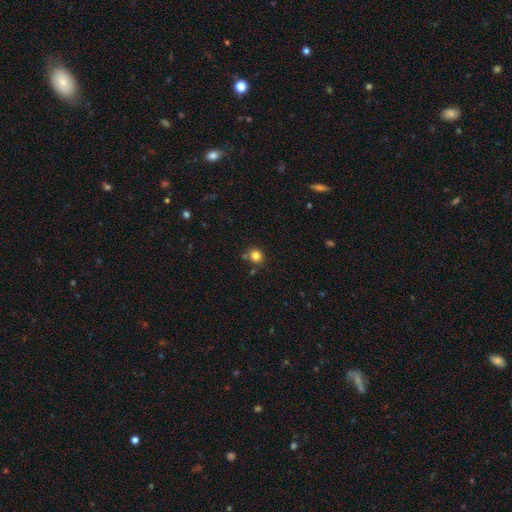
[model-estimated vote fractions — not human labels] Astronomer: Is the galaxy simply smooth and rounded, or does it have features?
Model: smooth — 82%.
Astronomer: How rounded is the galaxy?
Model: round — 87%.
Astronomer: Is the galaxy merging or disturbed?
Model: none — 77%.